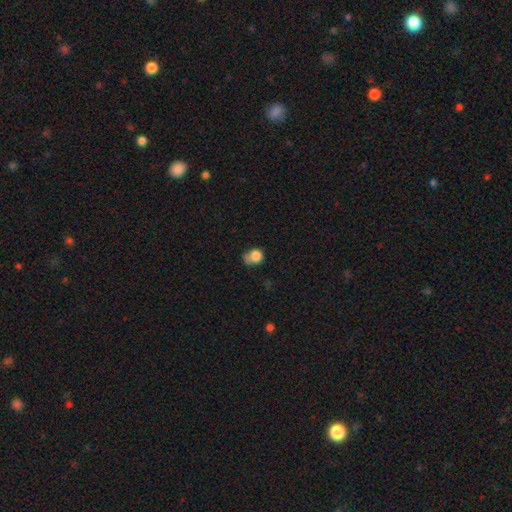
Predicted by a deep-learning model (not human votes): The model was most divided on "merging": minor disturbance: 38%, none: 35%, major disturbance: 21%, merger: 7%. More confident: smooth or featured — smooth (81%); how rounded — round (58%).